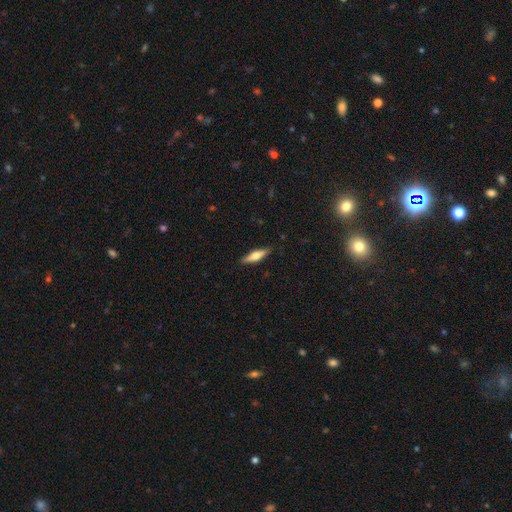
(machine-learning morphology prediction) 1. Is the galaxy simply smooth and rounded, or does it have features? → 52% smooth, 42% featured or disk, 6% star or artifact.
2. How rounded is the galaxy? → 68% cigar-shaped, 30% in between, 2% round.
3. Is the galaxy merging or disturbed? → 88% none, 9% minor disturbance, 2% major disturbance, 1% merger.